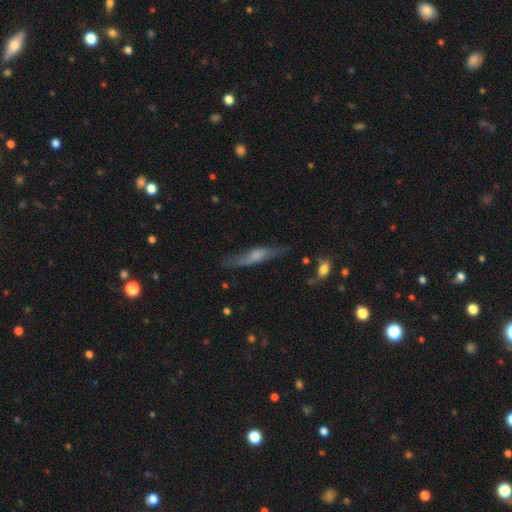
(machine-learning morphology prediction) Smooth or featured? featured or disk (49%)
Merging? none (66%)